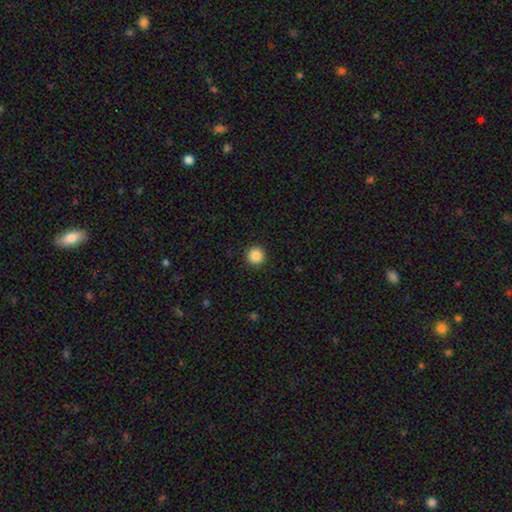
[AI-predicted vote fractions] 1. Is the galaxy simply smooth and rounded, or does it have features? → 87% smooth, 10% star or artifact, 3% featured or disk.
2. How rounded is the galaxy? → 96% round, 3% in between, 1% cigar-shaped.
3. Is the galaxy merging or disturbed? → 93% none, 4% minor disturbance, 2% major disturbance, 1% merger.